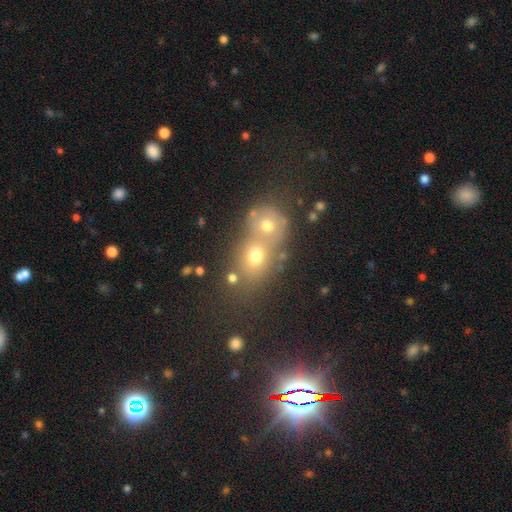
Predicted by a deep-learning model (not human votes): Smooth or featured: smooth — 64% (star or artifact — 19%)
How rounded: round — 65% (in between — 34%)
Merging: merger — 54% (none — 34%)